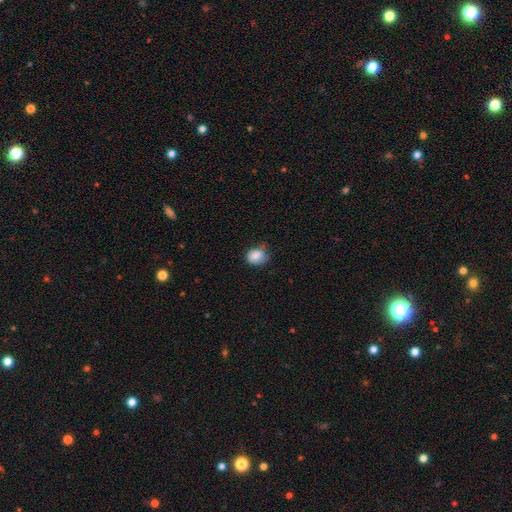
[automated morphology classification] Smooth or featured? Predicted: smooth (p=0.85). How rounded? Predicted: round (p=0.51). Merging? Predicted: none (p=0.61).